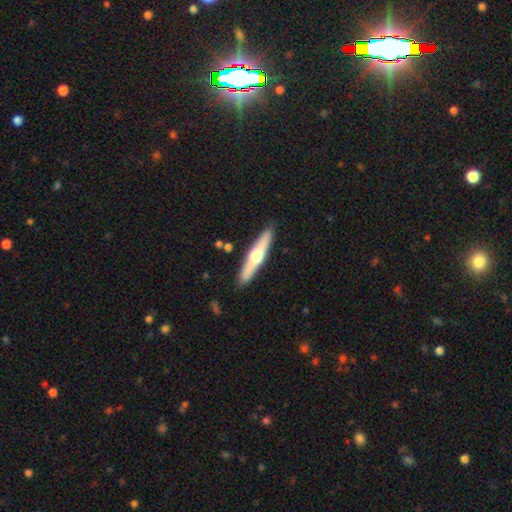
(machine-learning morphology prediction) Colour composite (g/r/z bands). It shows a featured or disk galaxy (57%) viewed edge-on (94%) with a rounded central bulge (93%). Merging: none (89%).